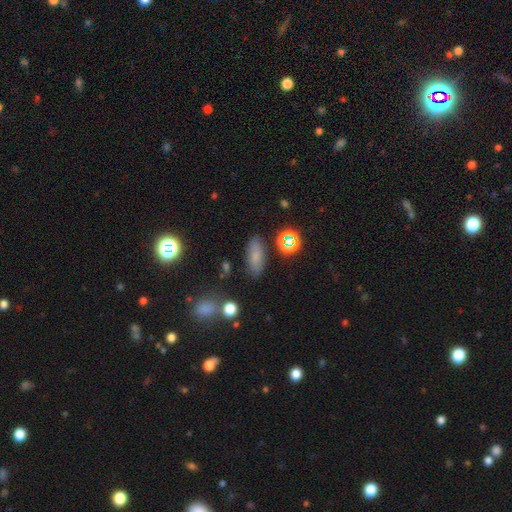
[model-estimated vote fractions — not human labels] This is likely a smooth galaxy (74%). How rounded: likely in between (77%). Merging: clearly none (80%).